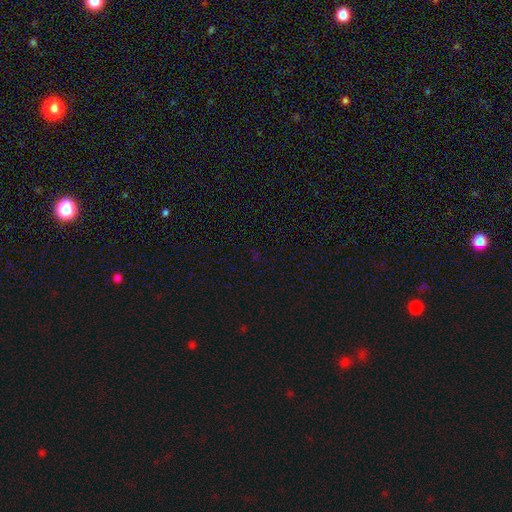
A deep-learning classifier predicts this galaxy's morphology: smooth_or_featured: star or artifact (p=0.71) [alt: smooth p=0.22]